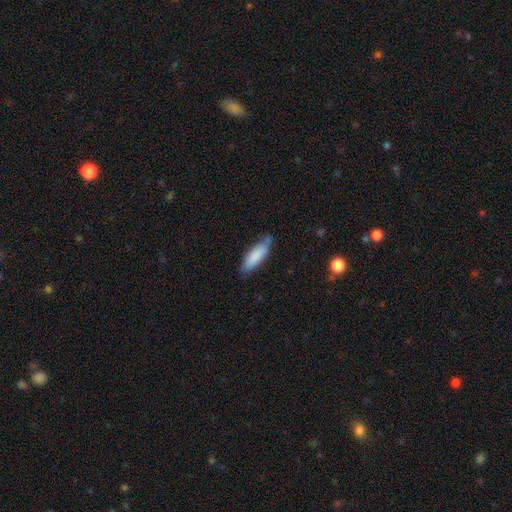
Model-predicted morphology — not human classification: Smooth or featured?
  - smooth: 85% *
  - featured or disk: 9%
  - star or artifact: 6%
How rounded?
  - in between: 52% *
  - cigar-shaped: 46%
  - round: 1%
Merging?
  - none: 72% *
  - minor disturbance: 22%
  - major disturbance: 3%
  - merger: 3%